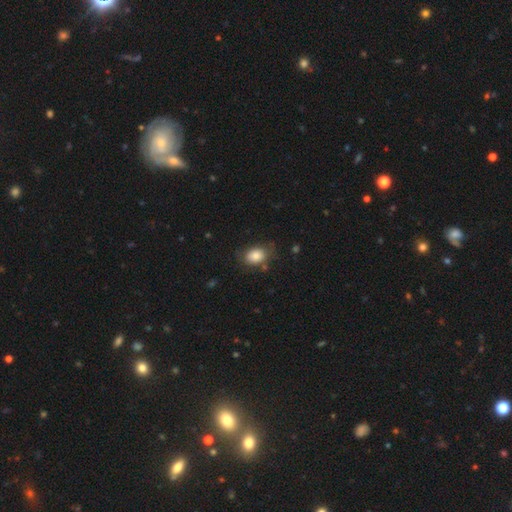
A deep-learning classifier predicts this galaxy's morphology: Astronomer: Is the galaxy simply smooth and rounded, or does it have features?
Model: smooth — 84%.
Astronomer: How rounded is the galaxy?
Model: in between — 72%.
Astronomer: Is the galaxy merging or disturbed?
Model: none — 72%.